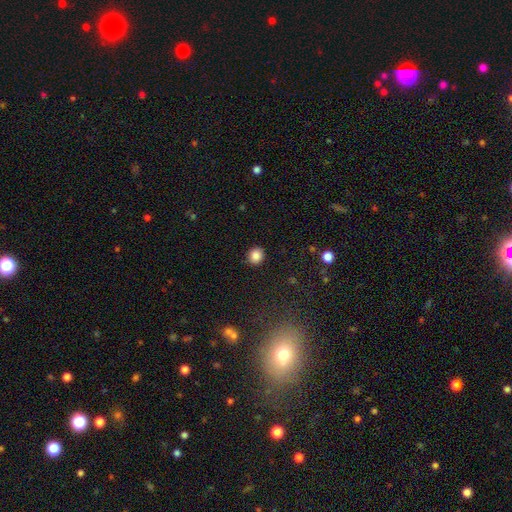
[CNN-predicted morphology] Q: Smooth or featured?
A: smooth (86%); runner-up: star or artifact (10%)
Q: How rounded?
A: round (84%); runner-up: in between (15%)
Q: Merging?
A: none (91%); runner-up: minor disturbance (6%)